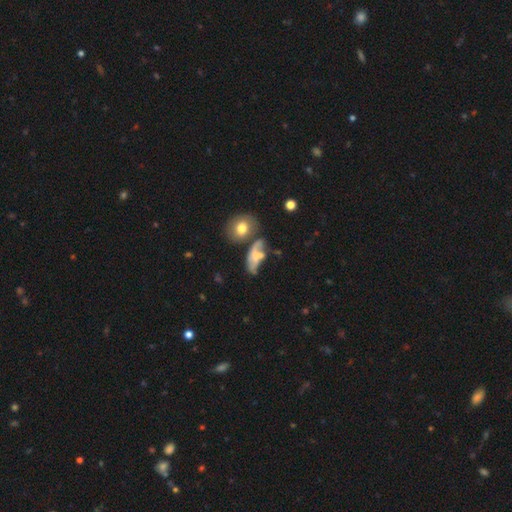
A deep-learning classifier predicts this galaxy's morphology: Smooth or featured? smooth (47%)
Merging? none (30%)